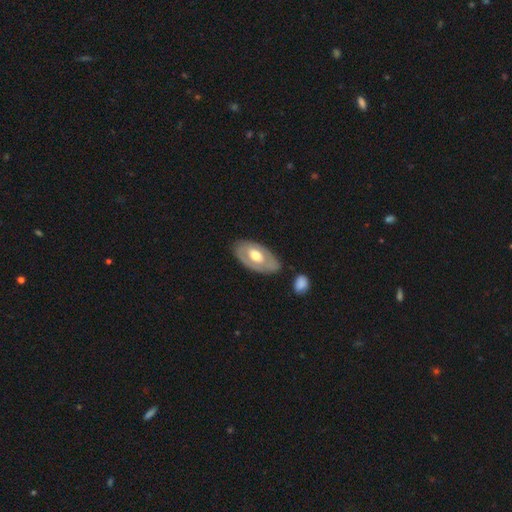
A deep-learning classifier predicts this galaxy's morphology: Smooth or featured? Predicted: featured or disk (p=0.55). Edge-on disk? Predicted: no (p=0.88). Merging? Predicted: none (p=0.76).